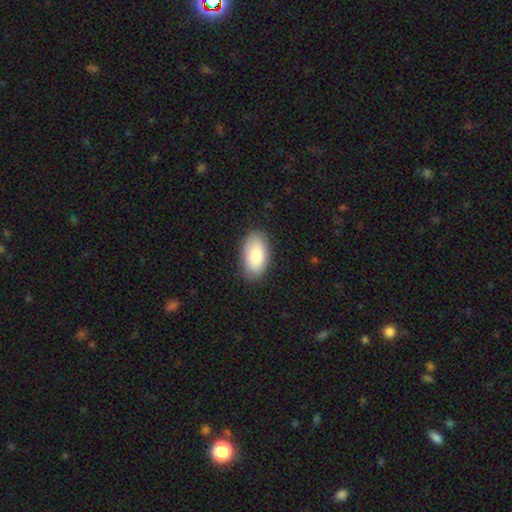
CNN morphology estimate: This appears to be a smooth galaxy with no disk features (84%) that is in between round and cigar-shaped (95%). Merging: none (85%).